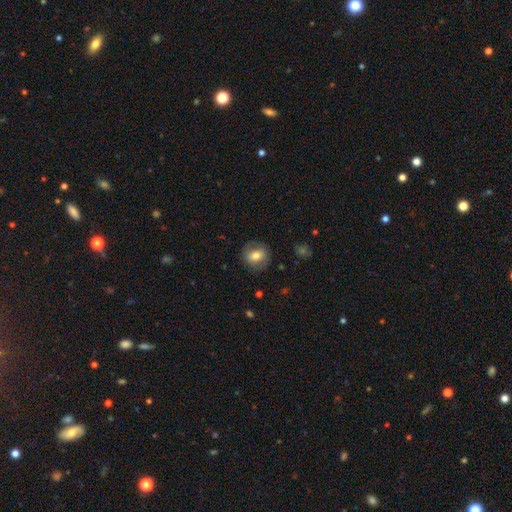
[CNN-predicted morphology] Smooth or featured? smooth (69%)
How rounded? round (71%)
Merging? none (83%)